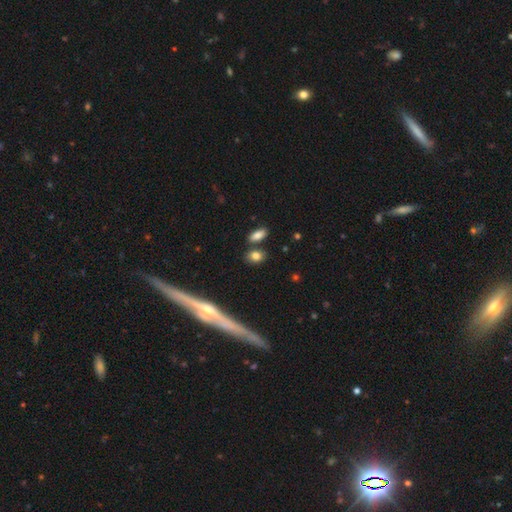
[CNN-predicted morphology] Smooth or featured? Predicted: smooth (p=0.80). How rounded? Predicted: in between (p=0.69). Merging? Predicted: none (p=0.74).